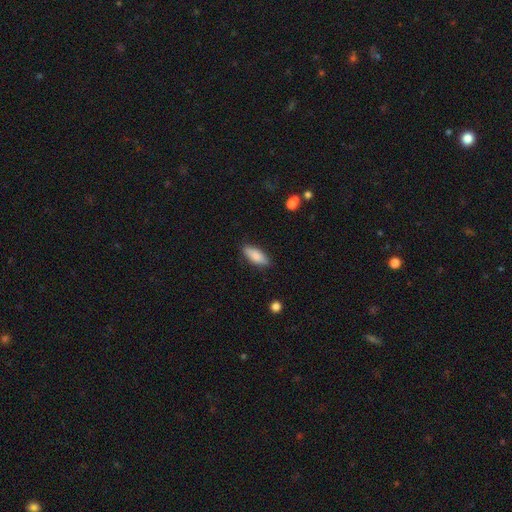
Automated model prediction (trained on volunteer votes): A smooth galaxy with no disk features (83%) that is in between round and cigar-shaped (73%). Merging: none (85%).